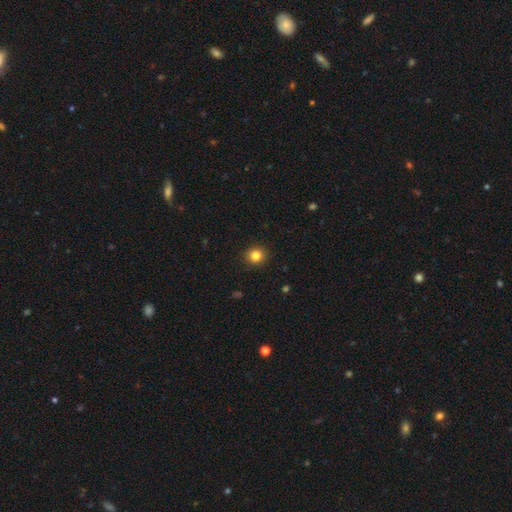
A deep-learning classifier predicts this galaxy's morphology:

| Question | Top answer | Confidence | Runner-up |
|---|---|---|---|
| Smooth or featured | smooth | 84% | star or artifact (11%) |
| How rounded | round | 87% | in between (12%) |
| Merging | none | 92% | minor disturbance (6%) |